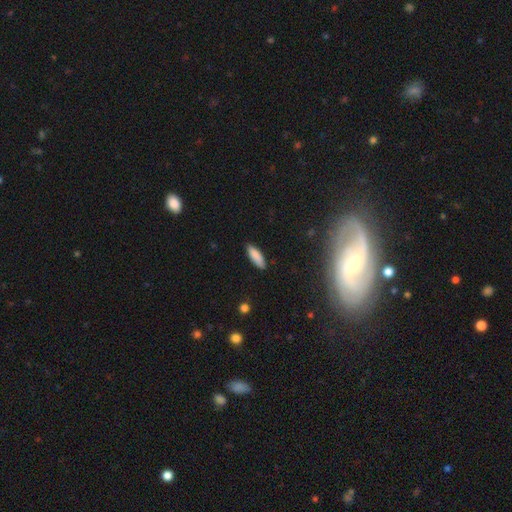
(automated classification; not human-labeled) This is clearly a smooth galaxy (87%). How rounded: possibly in between (57%). Merging: clearly none (86%).